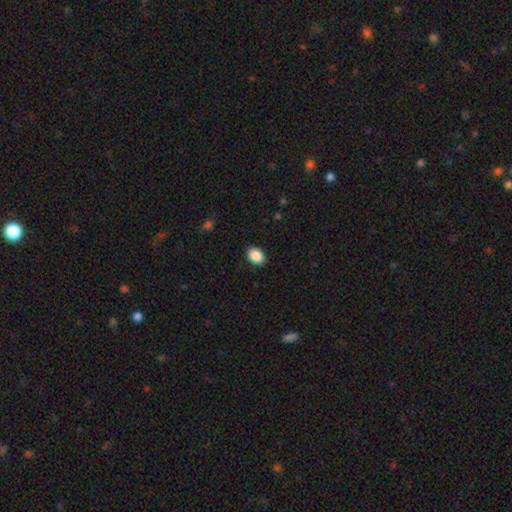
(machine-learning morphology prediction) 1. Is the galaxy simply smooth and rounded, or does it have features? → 89% smooth, 8% star or artifact, 3% featured or disk.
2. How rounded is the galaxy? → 76% in between, 23% round, 1% cigar-shaped.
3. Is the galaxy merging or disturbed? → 90% none, 7% minor disturbance, 2% major disturbance, 1% merger.